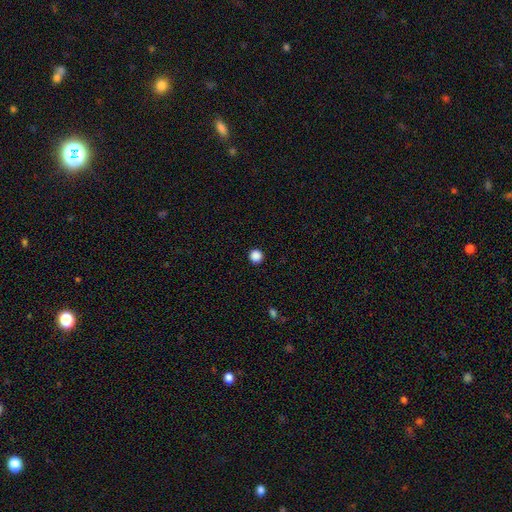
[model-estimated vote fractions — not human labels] smooth 87%, star or artifact 10%, featured or disk 2%. Down the decision tree: how rounded — round (96%); merging — none (93%).